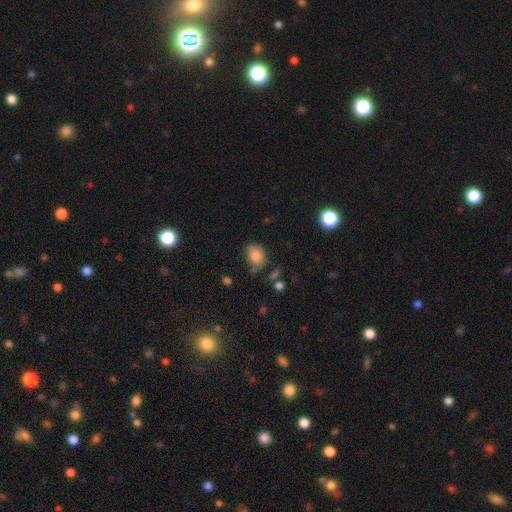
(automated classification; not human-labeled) This appears to be a smooth galaxy with no disk features (83%) that is in between round and cigar-shaped (62%). Merging: none (55%).